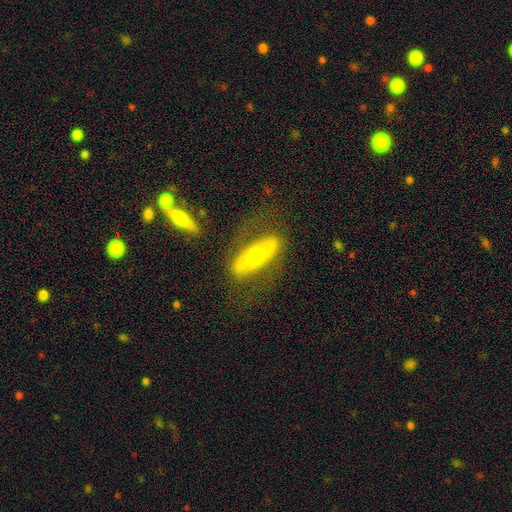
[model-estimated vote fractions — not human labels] Smooth or featured? Predicted: featured or disk (p=0.60). Edge-on disk? Predicted: no (p=0.68). Merging? Predicted: none (p=0.68).